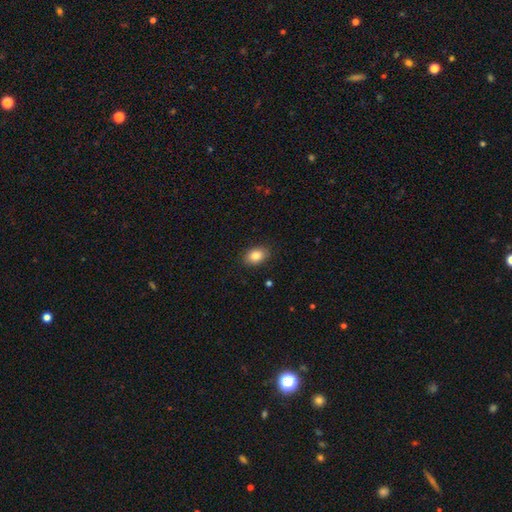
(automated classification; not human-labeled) Smooth or featured? smooth (85%)
How rounded? in between (81%)
Merging? none (88%)